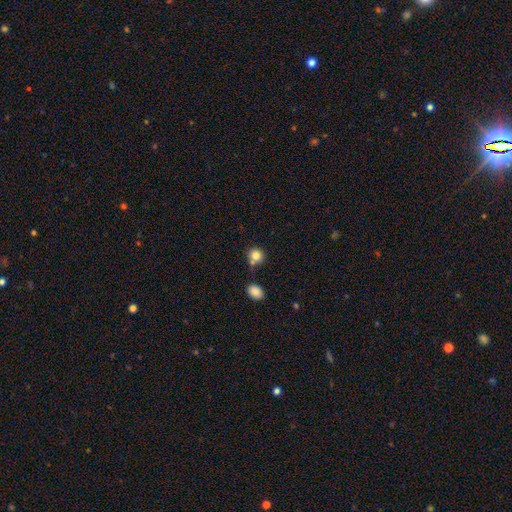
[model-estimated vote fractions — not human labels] A smooth galaxy with no disk features (82%) that is round (83%).

Vote fractions:
- Smooth or featured? smooth: 82% / star or artifact: 11% / featured or disk: 8%
- How rounded? round: 83% / in between: 16% / cigar-shaped: 1%
- Merging? none: 60% / merger: 20% / minor disturbance: 15% / major disturbance: 5%